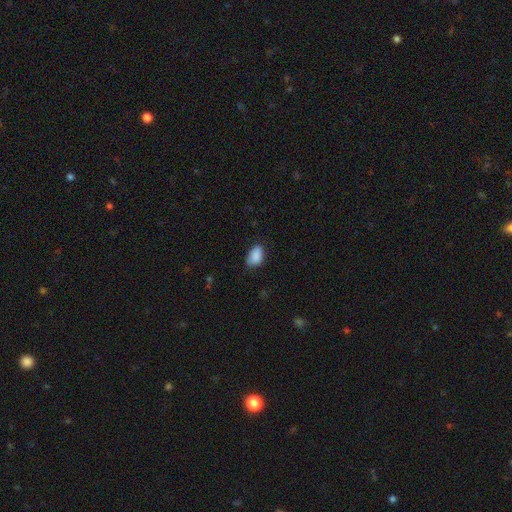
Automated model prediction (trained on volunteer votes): smooth_or_featured: smooth (p=0.88) [alt: star or artifact p=0.07]
how_rounded: in between (p=0.89) [alt: round p=0.09]
merging: none (p=0.67) [alt: minor disturbance p=0.27]